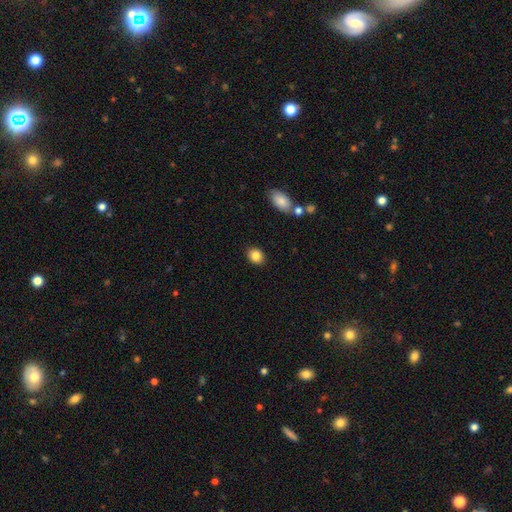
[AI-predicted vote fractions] Smooth or featured?
  - smooth: 86% *
  - star or artifact: 9%
  - featured or disk: 5%
How rounded?
  - in between: 50% *
  - round: 49%
  - cigar-shaped: 1%
Merging?
  - none: 88% *
  - minor disturbance: 8%
  - major disturbance: 2%
  - merger: 2%